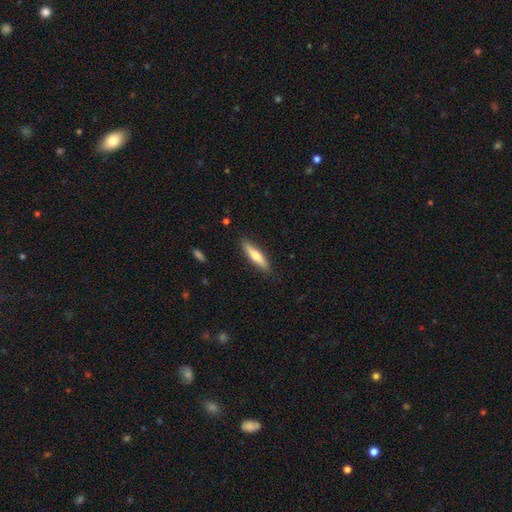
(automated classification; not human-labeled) Q: Smooth or featured?
A: smooth (66%); runner-up: featured or disk (28%)
Q: How rounded?
A: cigar-shaped (78%); runner-up: in between (21%)
Q: Merging?
A: none (87%); runner-up: minor disturbance (10%)